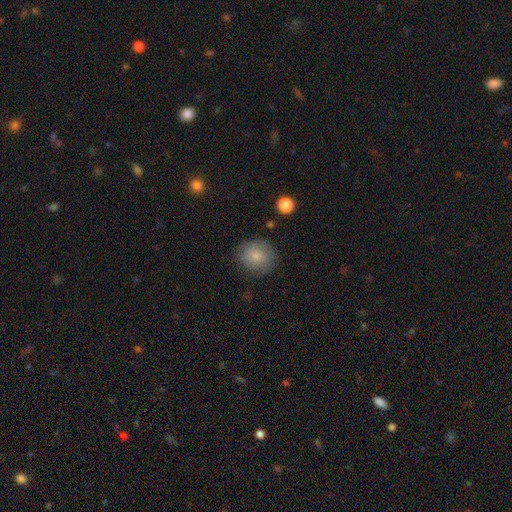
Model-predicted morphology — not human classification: Overall: smooth (79%). How rounded: round (85%). Merging: none (77%).